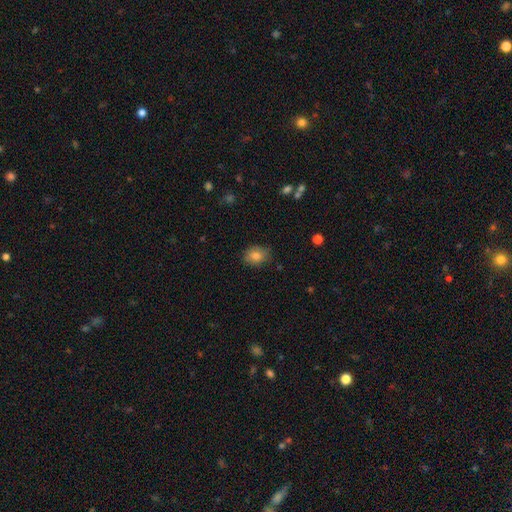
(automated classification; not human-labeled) A smooth galaxy with no disk features (84%) that is in between round and cigar-shaped (51%).

Vote fractions:
- Smooth or featured? smooth: 84% / star or artifact: 9% / featured or disk: 7%
- How rounded? in between: 51% / round: 48% / cigar-shaped: 1%
- Merging? none: 79% / minor disturbance: 17% / major disturbance: 3% / merger: 1%